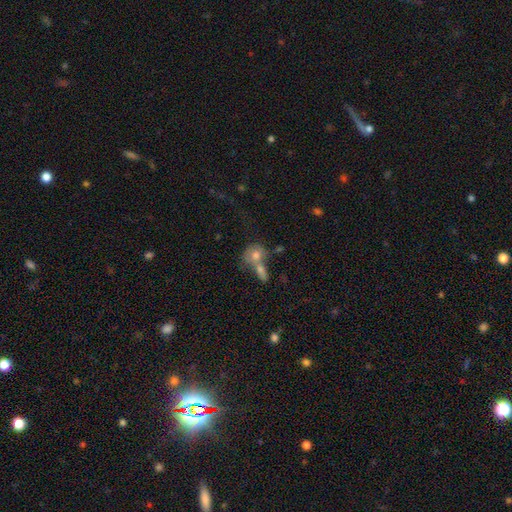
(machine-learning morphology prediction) This is likely a smooth galaxy (68%). How rounded: possibly round (58%). Merging: possibly merger (52%).